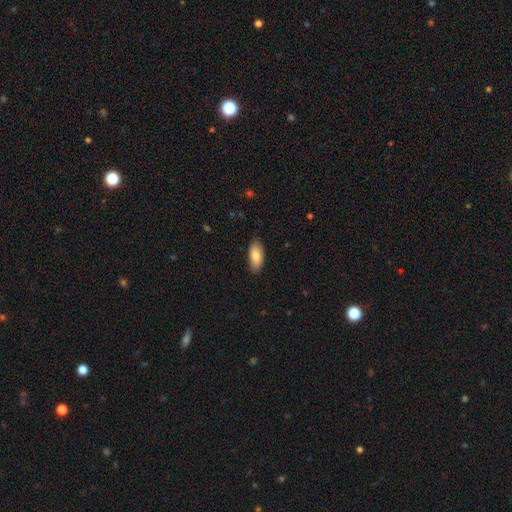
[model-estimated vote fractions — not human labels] A smooth galaxy with no disk features (82%) that is in between round and cigar-shaped (87%).

Vote fractions:
- Smooth or featured? smooth: 82% / featured or disk: 11% / star or artifact: 6%
- How rounded? in between: 87% / cigar-shaped: 11% / round: 2%
- Merging? none: 85% / minor disturbance: 12% / major disturbance: 2% / merger: 1%